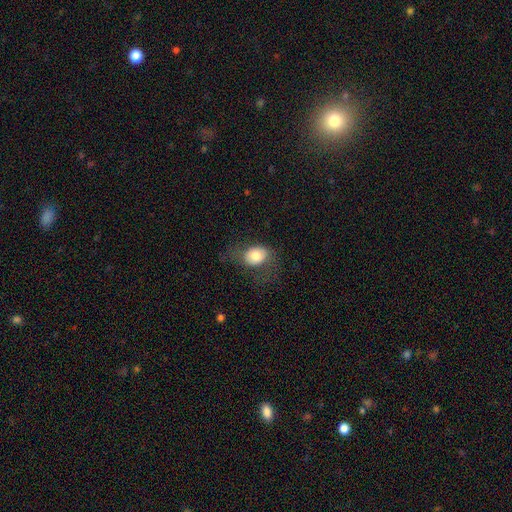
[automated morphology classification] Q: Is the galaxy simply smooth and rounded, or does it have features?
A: smooth — 74%.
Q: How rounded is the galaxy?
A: in between — 63%.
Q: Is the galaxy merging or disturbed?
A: none — 54%.